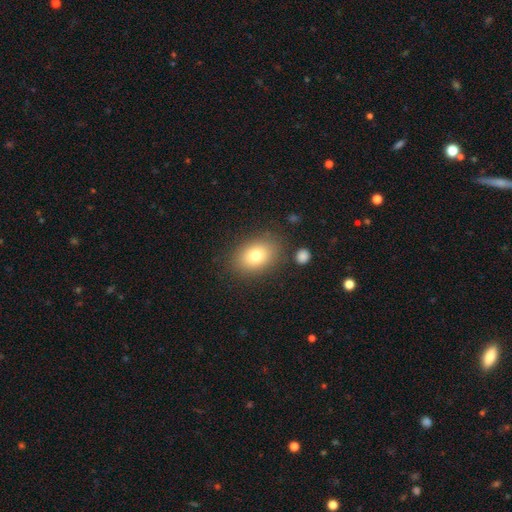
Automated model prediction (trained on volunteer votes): Overall: smooth (77%). How rounded: in between (74%). Merging: none (83%).